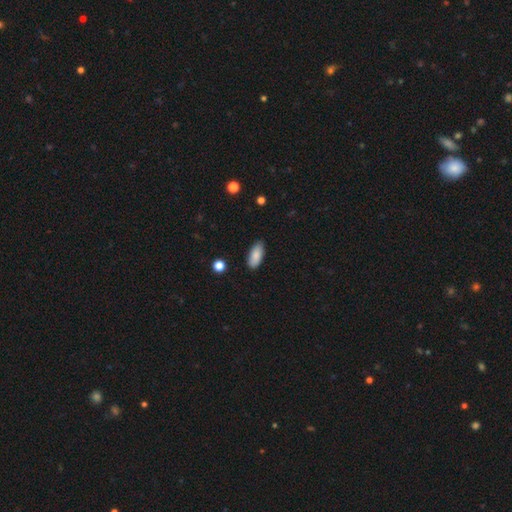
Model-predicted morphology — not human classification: This is clearly a smooth galaxy (86%). How rounded: clearly in between (87%). Merging: clearly none (85%).